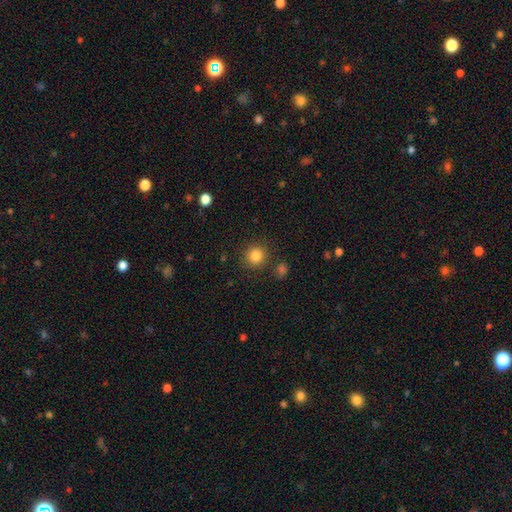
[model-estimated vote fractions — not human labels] A smooth galaxy with no disk features (84%) that is round (92%). Merging: none (85%).